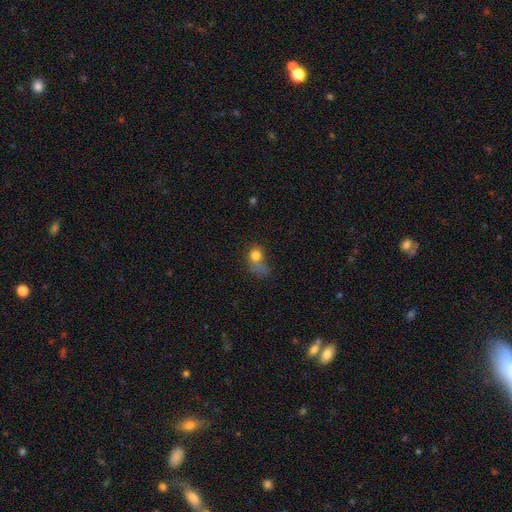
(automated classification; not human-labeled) A smooth galaxy with no disk features (75%) that is round (56%).

Vote fractions:
- Smooth or featured? smooth: 75% / featured or disk: 14% / star or artifact: 11%
- How rounded? round: 56% / in between: 42% / cigar-shaped: 2%
- Merging? major disturbance: 44% / none: 23% / minor disturbance: 19% / merger: 14%